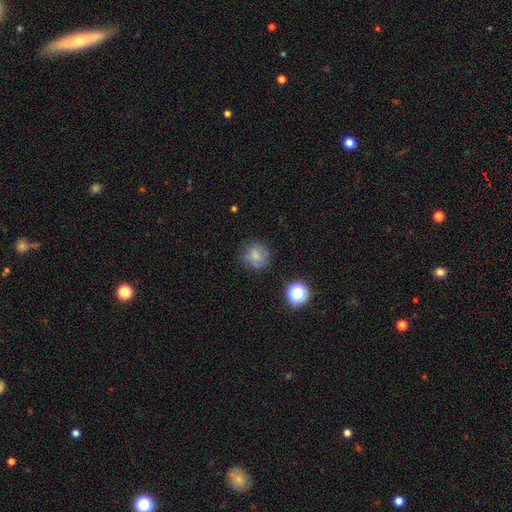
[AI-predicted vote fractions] Smooth or featured? smooth (69%)
How rounded? round (85%)
Merging? none (70%)